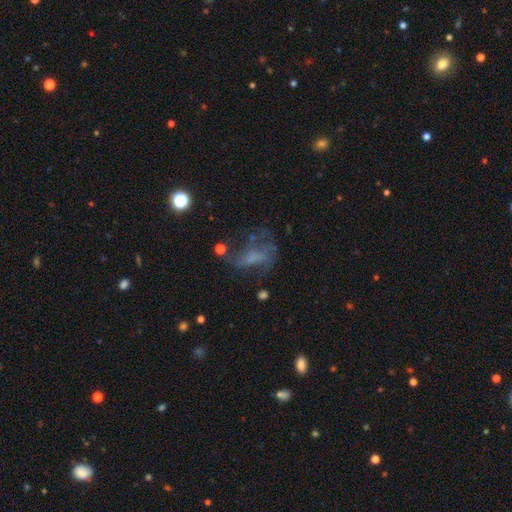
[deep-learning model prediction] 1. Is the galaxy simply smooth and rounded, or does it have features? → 46% featured or disk, 31% smooth, 23% star or artifact.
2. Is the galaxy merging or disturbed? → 38% major disturbance, 37% none, 19% minor disturbance, 6% merger.